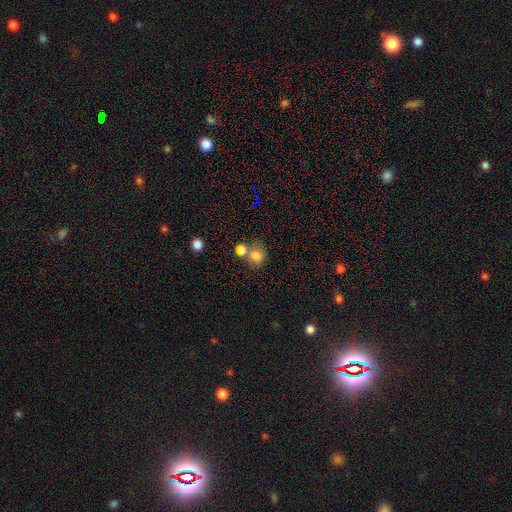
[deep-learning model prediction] Morphology: type=smooth (79%); roundness=round (72%); merging=none (49%).